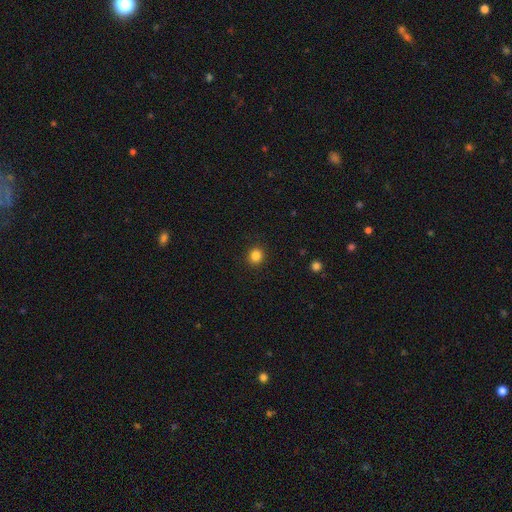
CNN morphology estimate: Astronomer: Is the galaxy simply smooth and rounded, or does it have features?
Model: smooth — 84%.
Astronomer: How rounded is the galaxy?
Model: round — 89%.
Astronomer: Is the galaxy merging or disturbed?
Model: none — 92%.